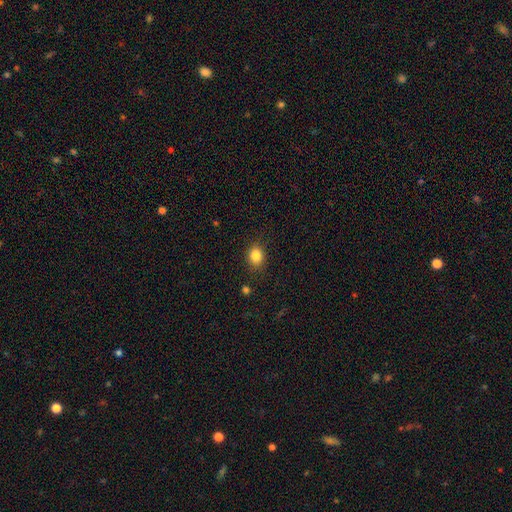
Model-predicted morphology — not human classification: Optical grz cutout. It shows a smooth galaxy with no disk features (84%) that is round (60%). Merging: none (85%).